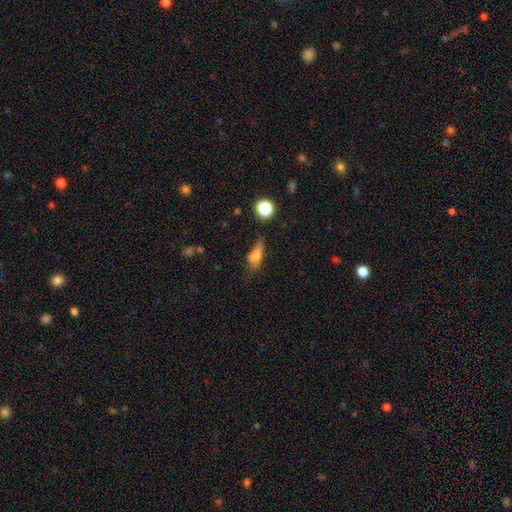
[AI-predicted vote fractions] Overall: smooth (66%). How rounded: in between (53%; cigar-shaped 40%). Merging: none (49%; minor disturbance 28%).